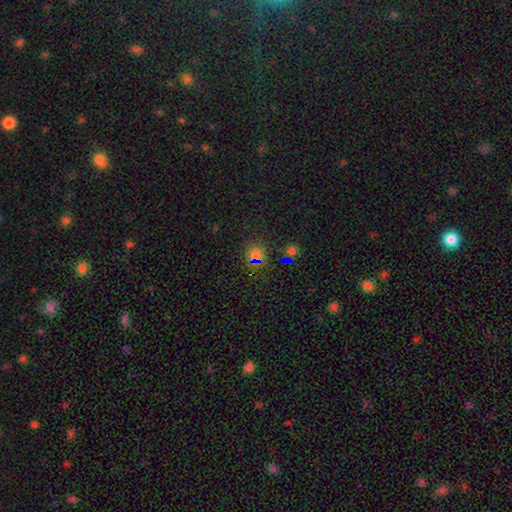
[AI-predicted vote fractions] Smooth or featured? Predicted: smooth (p=0.47). Merging? Predicted: none (p=0.81).